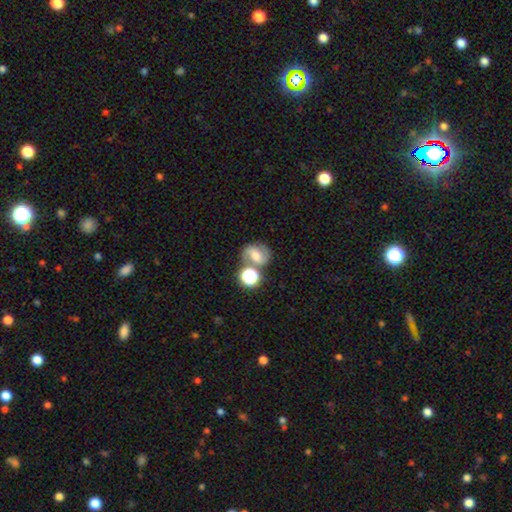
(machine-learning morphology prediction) smooth-or-featured: featured or disk: 51% | smooth: 34% | star or artifact: 15%
  disk-edge-on: no: 97% | yes: 3%
  merging: none: 55% | merger: 25% | minor disturbance: 14% | major disturbance: 6%